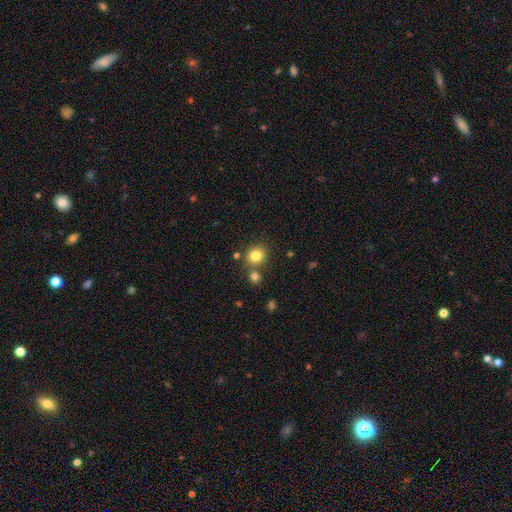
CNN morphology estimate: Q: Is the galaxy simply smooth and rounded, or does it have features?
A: smooth — 81%.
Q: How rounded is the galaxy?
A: round — 84%.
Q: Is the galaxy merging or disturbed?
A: none — 73%.